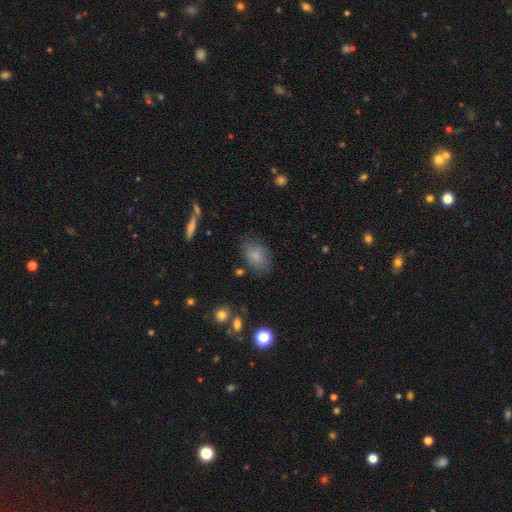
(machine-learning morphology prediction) Smooth or featured: smooth — 78% (featured or disk — 13%)
How rounded: in between — 86% (round — 13%)
Merging: none — 69% (minor disturbance — 21%)